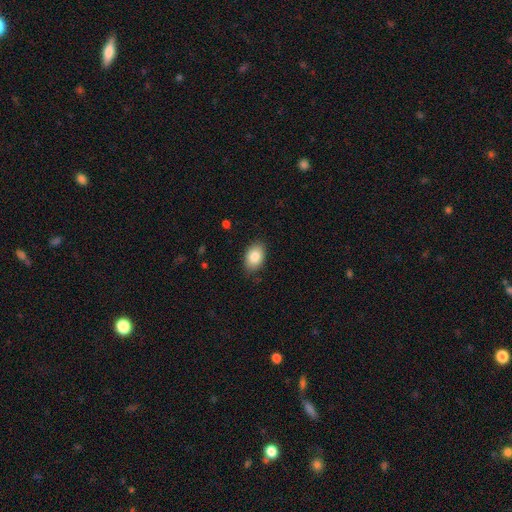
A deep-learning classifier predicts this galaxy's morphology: Smooth or featured?
  - smooth: 85% *
  - featured or disk: 7%
  - star or artifact: 7%
How rounded?
  - in between: 87% *
  - round: 12%
  - cigar-shaped: 1%
Merging?
  - none: 84% *
  - minor disturbance: 13%
  - major disturbance: 2%
  - merger: 1%